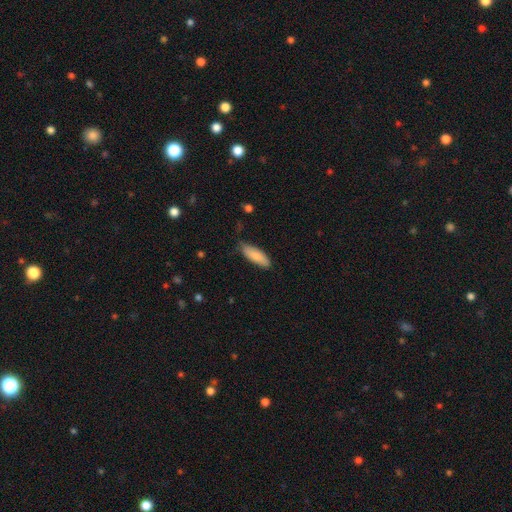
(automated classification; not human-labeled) A smooth galaxy with no disk features (86%) that is in between round and cigar-shaped (61%). Merging: none (73%).